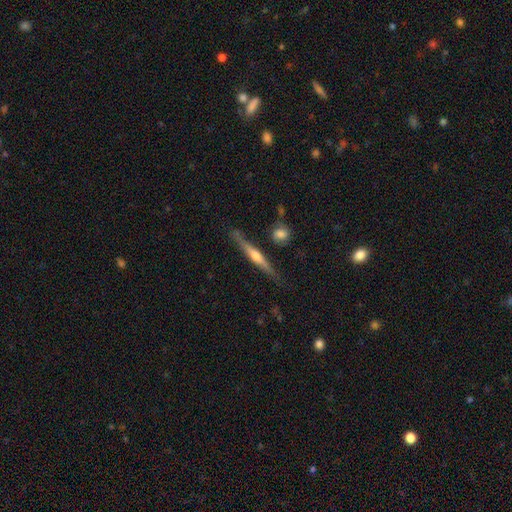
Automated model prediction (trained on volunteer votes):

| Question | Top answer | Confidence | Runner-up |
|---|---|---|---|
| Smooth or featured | featured or disk | 70% | smooth (24%) |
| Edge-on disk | yes | 97% | no (3%) |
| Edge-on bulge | rounded | 80% | none (13%) |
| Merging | none | 81% | minor disturbance (12%) |